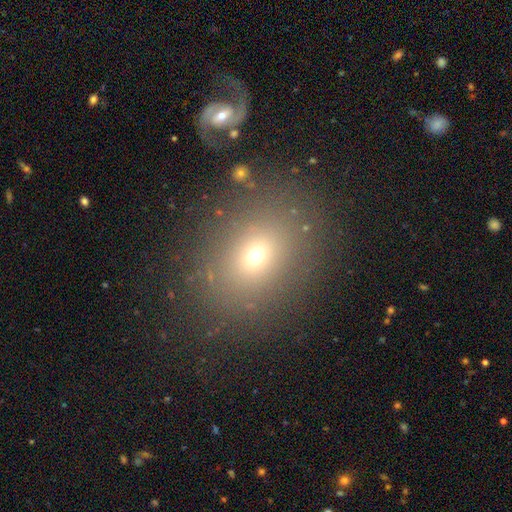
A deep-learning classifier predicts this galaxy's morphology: The model was most divided on "how rounded": round: 52%, in between: 47%, cigar-shaped: 1%. More confident: merging — none (81%); smooth or featured — smooth (65%).